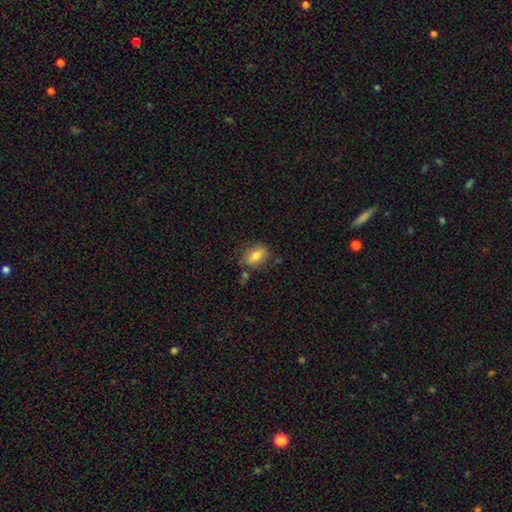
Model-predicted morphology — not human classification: A smooth galaxy with no disk features (77%) that is in between round and cigar-shaped (79%).

Vote fractions:
- Smooth or featured? smooth: 77% / featured or disk: 14% / star or artifact: 8%
- How rounded? in between: 79% / round: 18% / cigar-shaped: 3%
- Merging? none: 66% / minor disturbance: 21% / merger: 7% / major disturbance: 6%